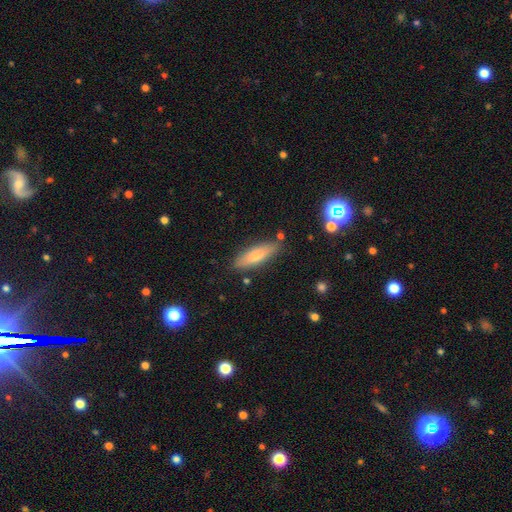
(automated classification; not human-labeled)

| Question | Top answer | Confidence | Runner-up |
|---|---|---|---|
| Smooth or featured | smooth | 73% | featured or disk (20%) |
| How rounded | cigar-shaped | 57% | in between (41%) |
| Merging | none | 83% | minor disturbance (12%) |